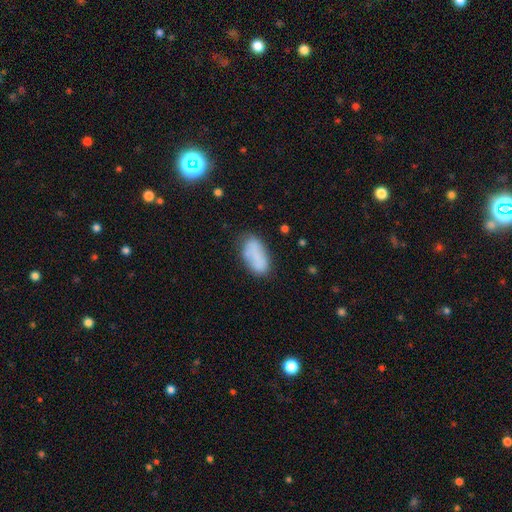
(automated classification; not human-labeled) Smooth or featured? smooth (75%)
How rounded? in between (92%)
Merging? none (59%)